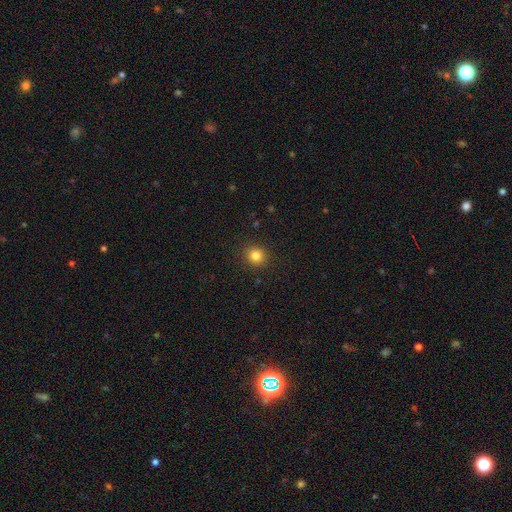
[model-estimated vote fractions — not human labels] Morphology: type=smooth (83%); roundness=round (89%); merging=none (90%).